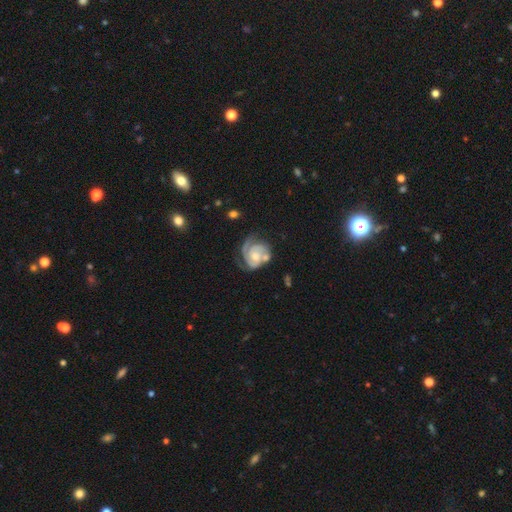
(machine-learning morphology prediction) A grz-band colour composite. It shows a featured or disk galaxy (86%) with no bar (66%), 2 (46%) tight (63%) spiral arms (96%) and a moderate central bulge (50%). Merging: none (50%).